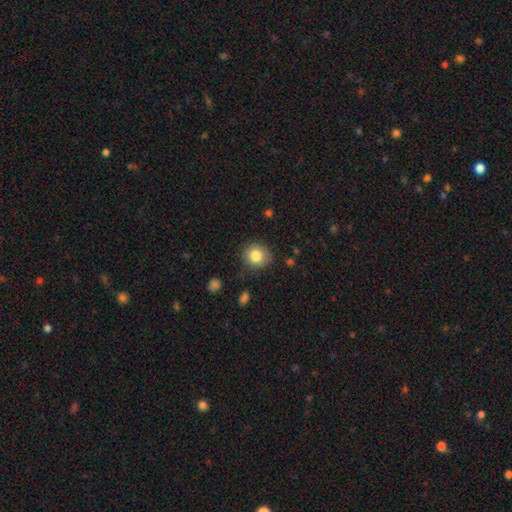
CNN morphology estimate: Smooth or featured? Predicted: smooth (p=0.83). How rounded? Predicted: round (p=0.86). Merging? Predicted: none (p=0.85).